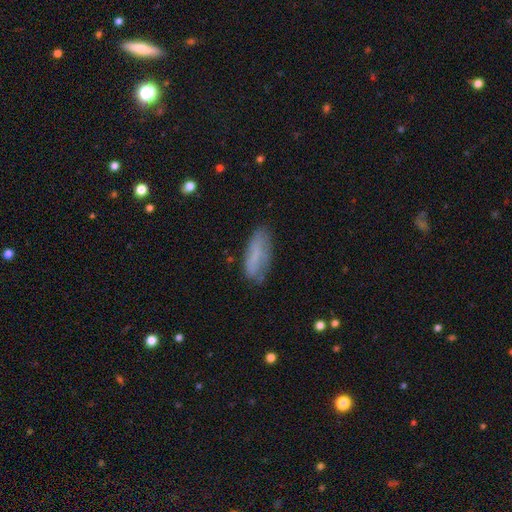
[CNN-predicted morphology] Q: Smooth or featured?
A: smooth (65%); runner-up: featured or disk (26%)
Q: How rounded?
A: in between (62%); runner-up: cigar-shaped (36%)
Q: Merging?
A: none (60%); runner-up: minor disturbance (27%)